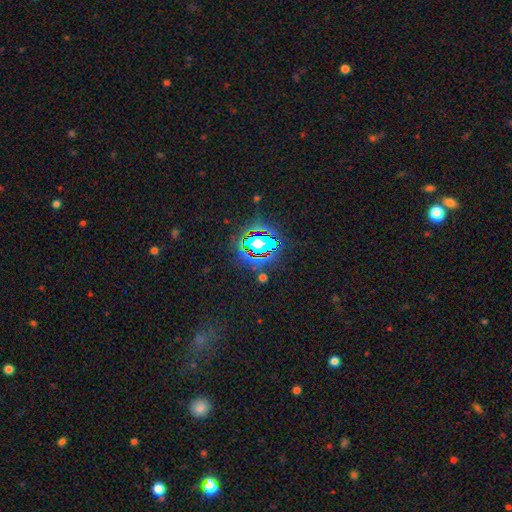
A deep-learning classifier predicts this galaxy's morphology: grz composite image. It shows a star or artifact, not a galaxy (79%).